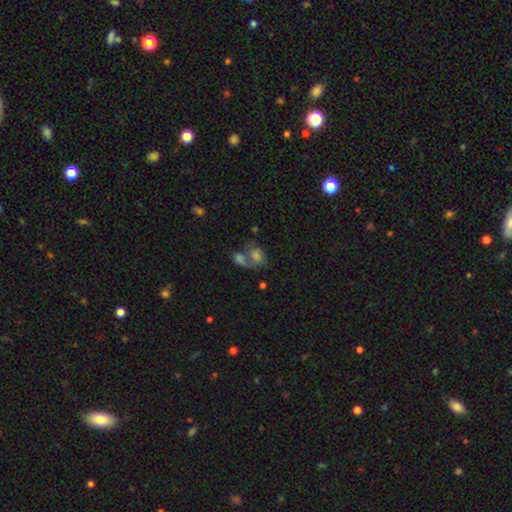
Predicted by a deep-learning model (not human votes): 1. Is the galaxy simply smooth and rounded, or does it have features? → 48% smooth, 27% star or artifact, 25% featured or disk.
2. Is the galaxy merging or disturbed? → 47% merger, 36% none, 10% minor disturbance, 8% major disturbance.